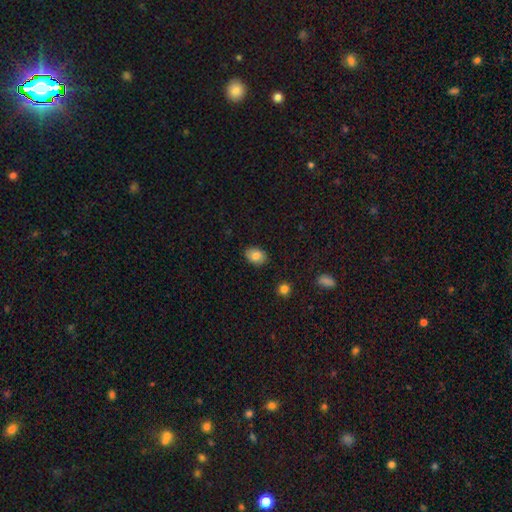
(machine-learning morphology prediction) Q: Smooth or featured?
A: smooth (82%); runner-up: featured or disk (10%)
Q: How rounded?
A: in between (74%); runner-up: round (25%)
Q: Merging?
A: none (87%); runner-up: minor disturbance (10%)